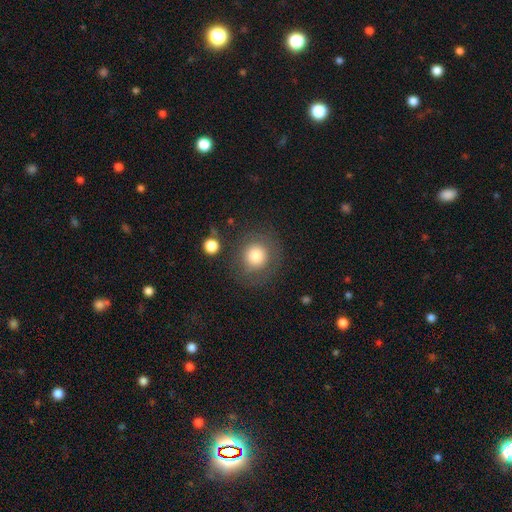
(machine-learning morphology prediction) A smooth galaxy with no disk features (77%) that is round (88%).

Vote fractions:
- Smooth or featured? smooth: 77% / featured or disk: 13% / star or artifact: 10%
- How rounded? round: 88% / in between: 11% / cigar-shaped: 1%
- Merging? none: 77% / minor disturbance: 12% / major disturbance: 7% / merger: 4%